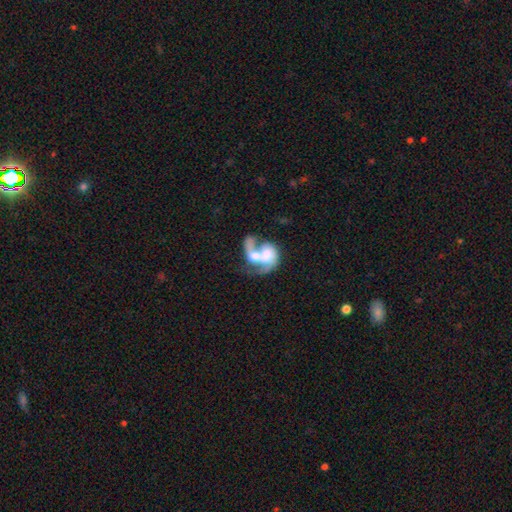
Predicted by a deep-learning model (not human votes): The model was most divided on "bulge size": moderate: 35%, large: 26%, none: 17%, small: 16%, dominant: 6%. More confident: edge-on disk — no (98%); bar — no (72%); merging — merger (70%); spiral arms — yes (66%); smooth or featured — featured or disk (62%).